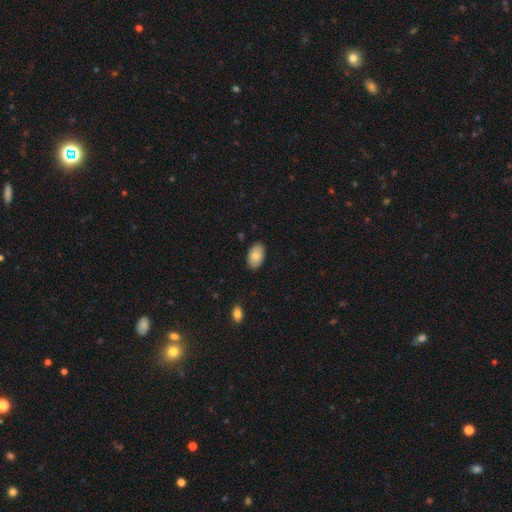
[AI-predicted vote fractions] The model was most divided on "smooth or featured": smooth: 82%, featured or disk: 11%, star or artifact: 7%. More confident: how rounded — in between (93%); merging — none (87%).